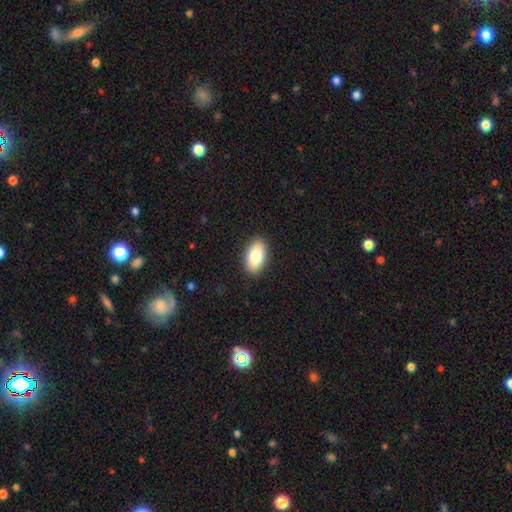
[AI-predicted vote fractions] This appears to be a smooth galaxy with no disk features (80%) that is in between round and cigar-shaped (93%). Merging: none (89%).